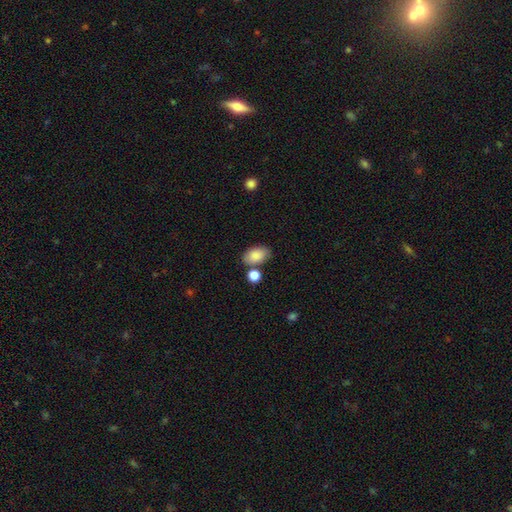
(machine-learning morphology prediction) Overall: smooth (86%). How rounded: in between (90%). Merging: none (73%).